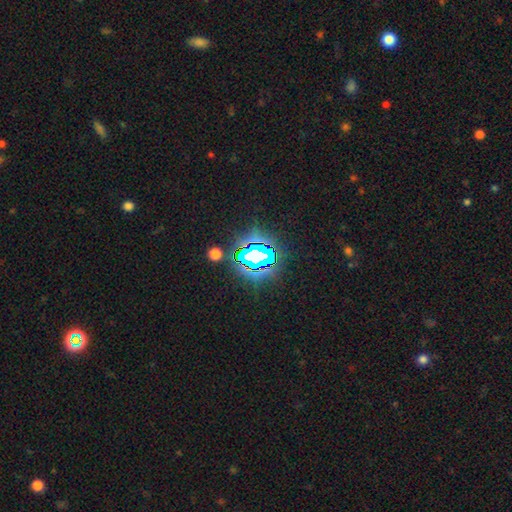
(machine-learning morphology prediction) A star or artifact, not a galaxy (70%).